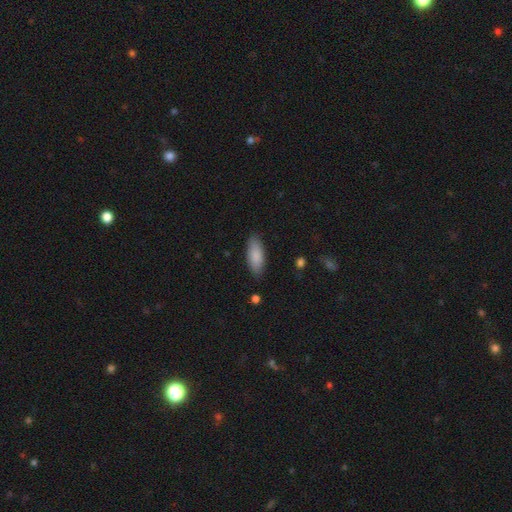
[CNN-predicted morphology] Overall: smooth (86%). How rounded: in between (77%). Merging: none (84%).